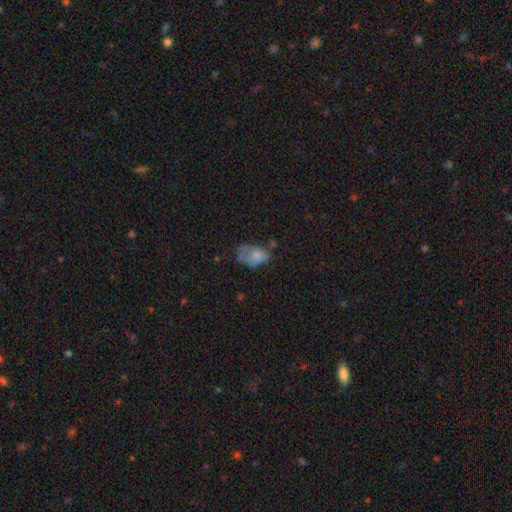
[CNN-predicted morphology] A smooth galaxy with no disk features (62%) that is in between round and cigar-shaped (83%). Merging: major disturbance (33%).